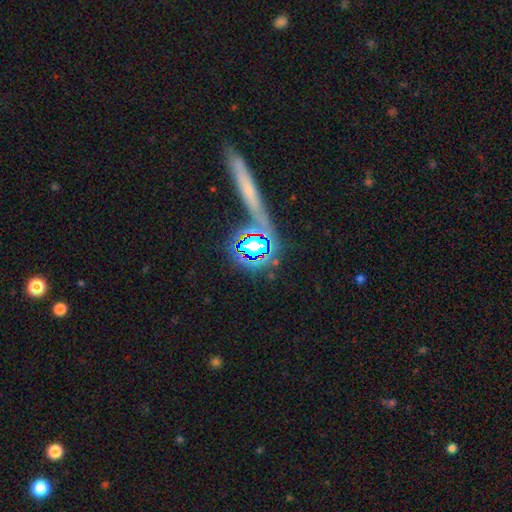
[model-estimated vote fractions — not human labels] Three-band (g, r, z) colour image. It shows a star or artifact, not a galaxy (56%).